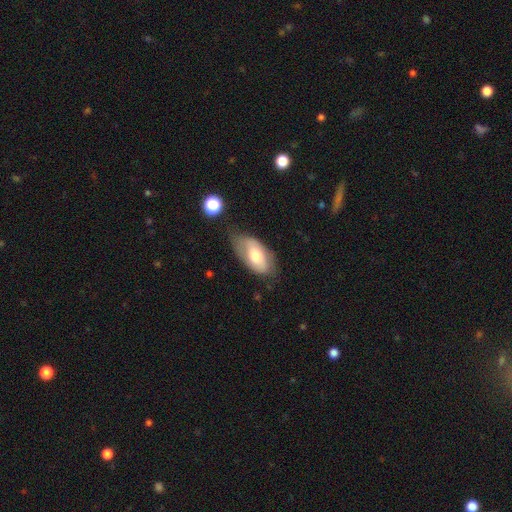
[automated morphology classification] Smooth or featured? smooth (62%)
How rounded? in between (93%)
Merging? none (50%)